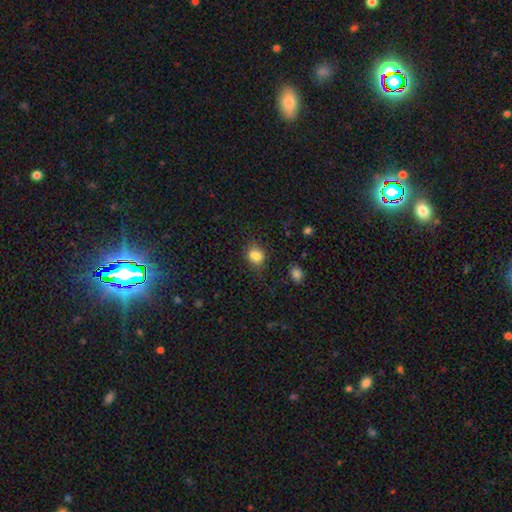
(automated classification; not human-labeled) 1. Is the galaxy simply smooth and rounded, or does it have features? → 79% smooth, 13% star or artifact, 8% featured or disk.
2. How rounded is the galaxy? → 52% in between, 46% round, 2% cigar-shaped.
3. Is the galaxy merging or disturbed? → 57% none, 19% minor disturbance, 17% merger, 6% major disturbance.